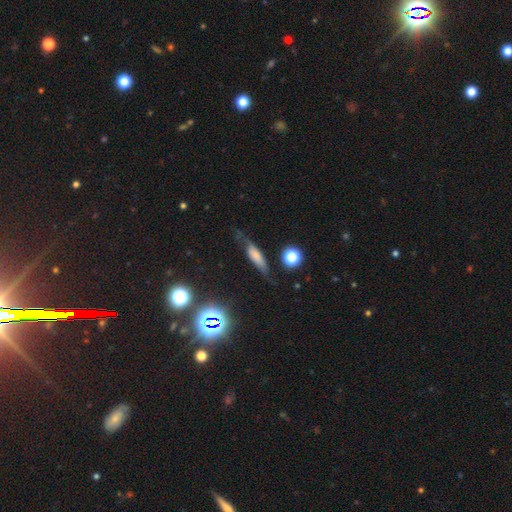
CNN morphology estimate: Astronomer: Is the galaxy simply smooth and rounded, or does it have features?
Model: smooth — 56% (runner-up: featured or disk, 32%).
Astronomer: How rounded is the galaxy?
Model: cigar-shaped — 64%.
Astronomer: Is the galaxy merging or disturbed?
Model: none — 57%.